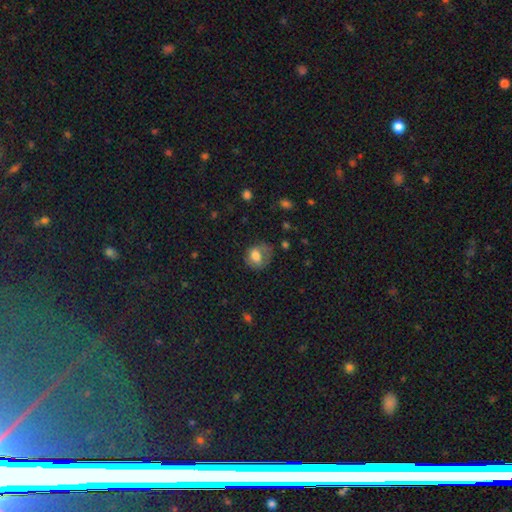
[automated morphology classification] smooth_or_featured: smooth (p=0.69) [alt: featured or disk p=0.21]
how_rounded: round (p=0.51) [alt: in between p=0.48]
merging: none (p=0.47) [alt: minor disturbance p=0.28]